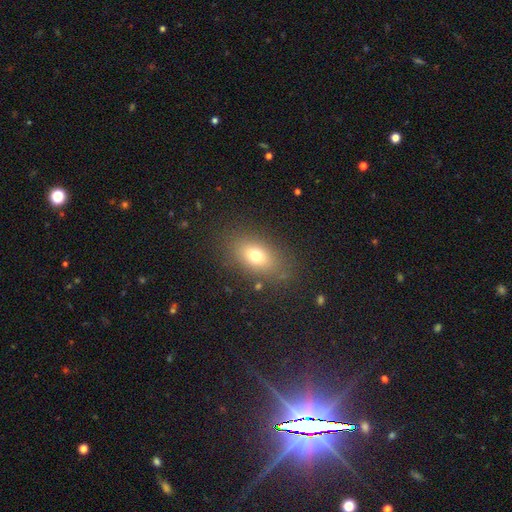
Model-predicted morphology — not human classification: A smooth galaxy with no disk features (72%) that is in between round and cigar-shaped (80%). Merging: none (82%).